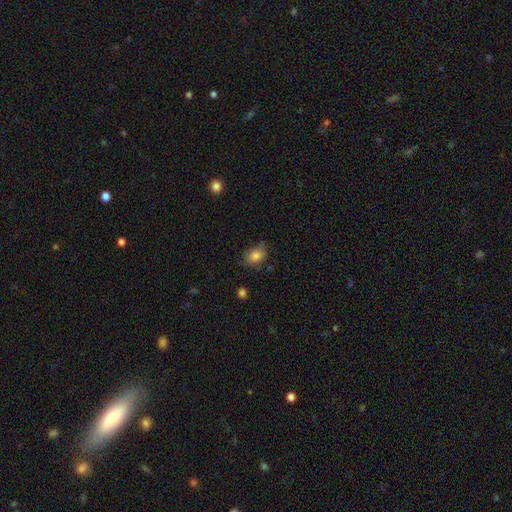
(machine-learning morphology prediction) smooth_or_featured: smooth (p=0.83) [alt: star or artifact p=0.09]
how_rounded: in between (p=0.69) [alt: round p=0.30]
merging: none (p=0.68) [alt: minor disturbance p=0.24]